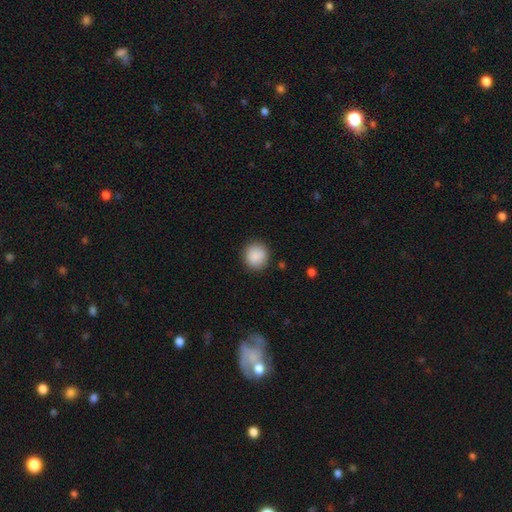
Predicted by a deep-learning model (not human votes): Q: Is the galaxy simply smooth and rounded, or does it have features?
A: smooth — 89%.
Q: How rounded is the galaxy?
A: round — 88%.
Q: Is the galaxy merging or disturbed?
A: none — 88%.